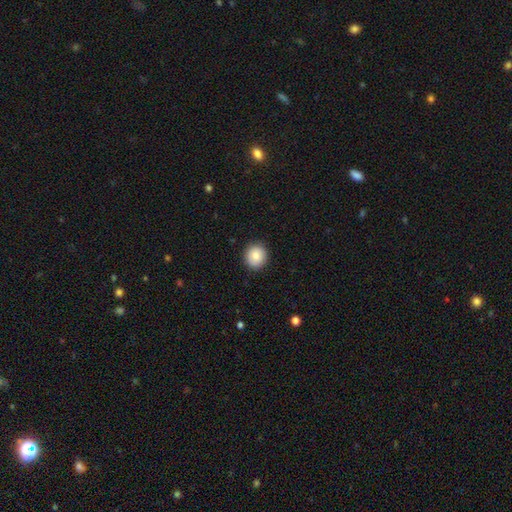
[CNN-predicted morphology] The model was most divided on "how rounded": round: 86%, in between: 13%, cigar-shaped: 1%. More confident: merging — none (90%); smooth or featured — smooth (85%).